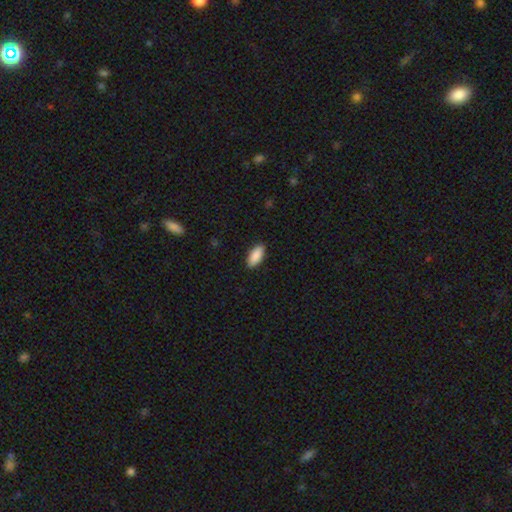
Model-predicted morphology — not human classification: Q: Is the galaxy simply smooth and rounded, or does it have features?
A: smooth — 89%.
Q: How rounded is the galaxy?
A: in between — 87%.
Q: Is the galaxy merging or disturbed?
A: none — 90%.